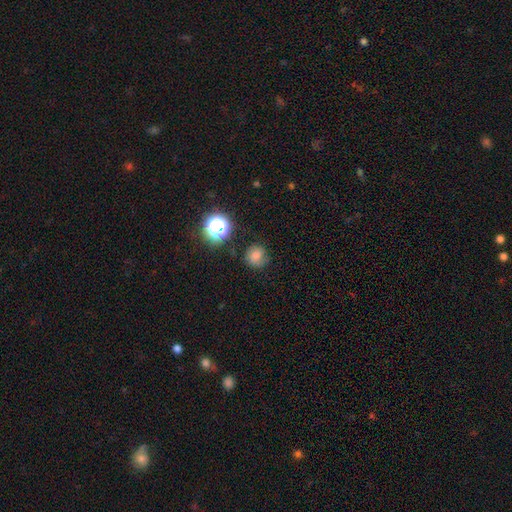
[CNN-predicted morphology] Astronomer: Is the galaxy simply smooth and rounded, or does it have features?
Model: smooth — 73%.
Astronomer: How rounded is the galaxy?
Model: round — 88%.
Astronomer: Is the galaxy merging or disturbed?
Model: none — 76%.